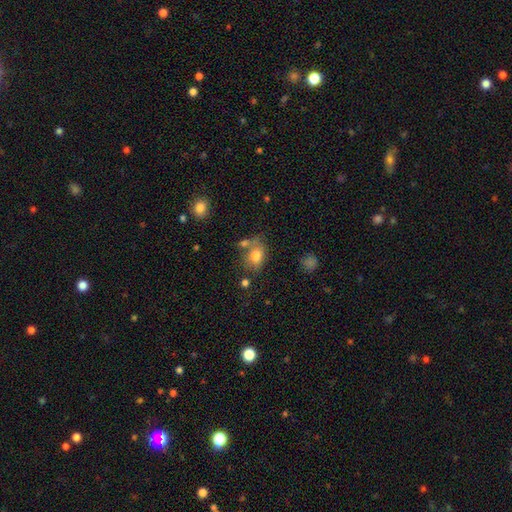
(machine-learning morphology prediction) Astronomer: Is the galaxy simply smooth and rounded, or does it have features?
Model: smooth — 78%.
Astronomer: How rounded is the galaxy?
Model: in between — 73%.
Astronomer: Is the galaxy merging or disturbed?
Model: none — 53%.